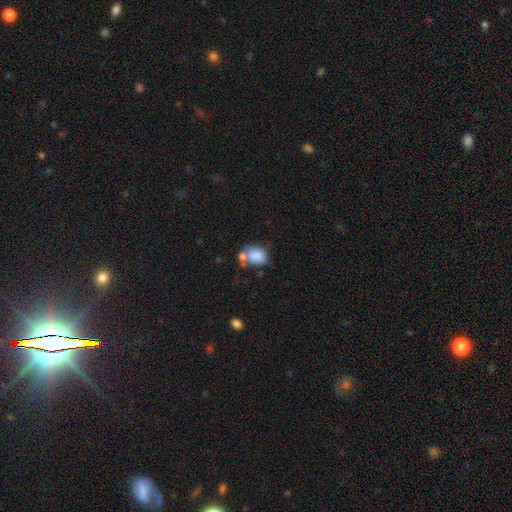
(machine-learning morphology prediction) Overall: smooth (82%). How rounded: in between (73%). Merging: none (40%; merger 33%).